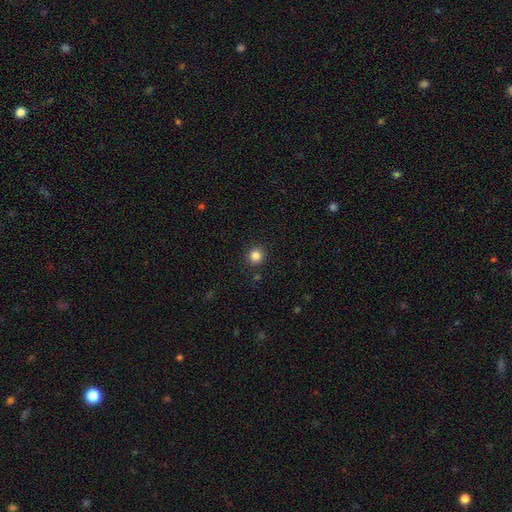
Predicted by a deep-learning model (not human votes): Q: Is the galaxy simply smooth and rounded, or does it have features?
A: smooth — 84%.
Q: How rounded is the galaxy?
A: round — 91%.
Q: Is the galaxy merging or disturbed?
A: none — 91%.